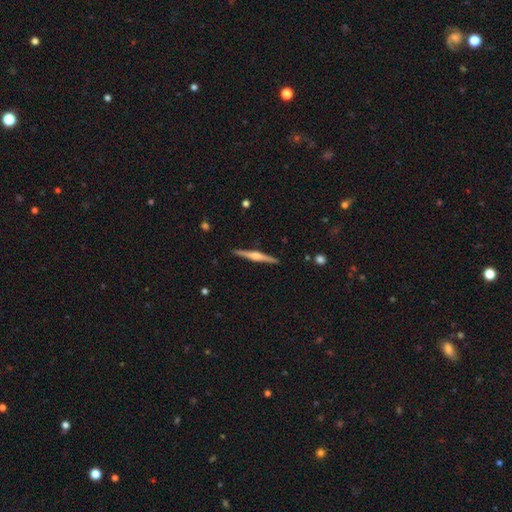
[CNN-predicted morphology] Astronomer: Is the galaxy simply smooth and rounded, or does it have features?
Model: featured or disk — 74%.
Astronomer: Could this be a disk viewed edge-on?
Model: yes — 98%.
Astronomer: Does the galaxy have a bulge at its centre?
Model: rounded — 82%.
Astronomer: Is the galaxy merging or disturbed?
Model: none — 92%.